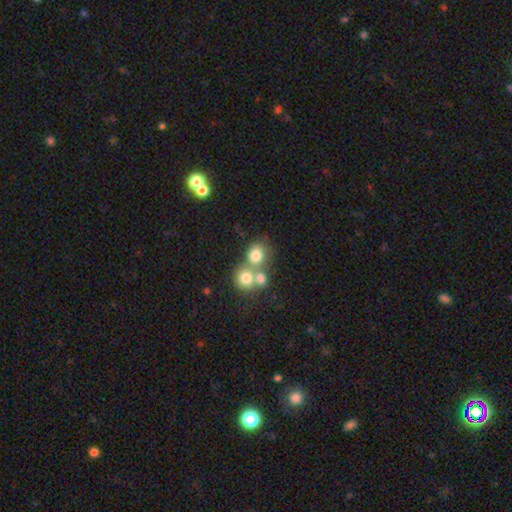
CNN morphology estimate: A smooth galaxy with no disk features (74%) that is round (74%).

Vote fractions:
- Smooth or featured? smooth: 74% / featured or disk: 13% / star or artifact: 12%
- How rounded? round: 74% / in between: 25% / cigar-shaped: 1%
- Merging? merger: 49% / none: 40% / minor disturbance: 8% / major disturbance: 4%